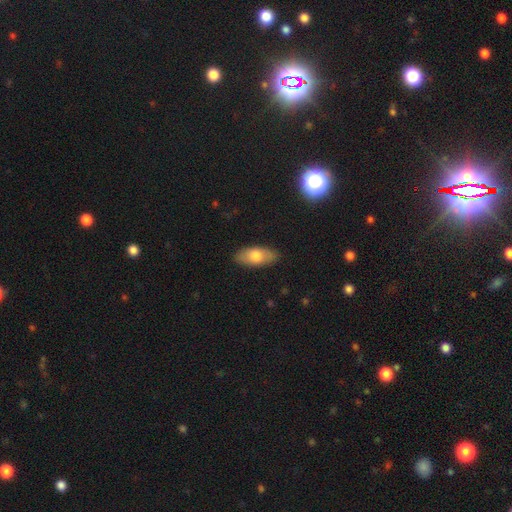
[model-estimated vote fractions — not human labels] Smooth or featured? Predicted: smooth (p=0.73). How rounded? Predicted: in between (p=0.86). Merging? Predicted: none (p=0.85).